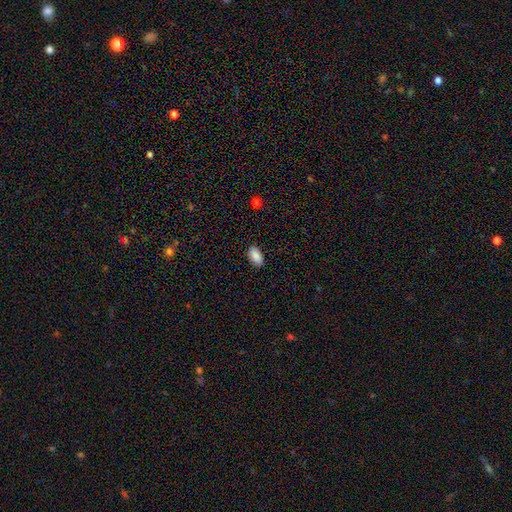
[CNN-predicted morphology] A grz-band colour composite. It shows a smooth galaxy with no disk features (89%) that is in between round and cigar-shaped (94%). Merging: none (88%).